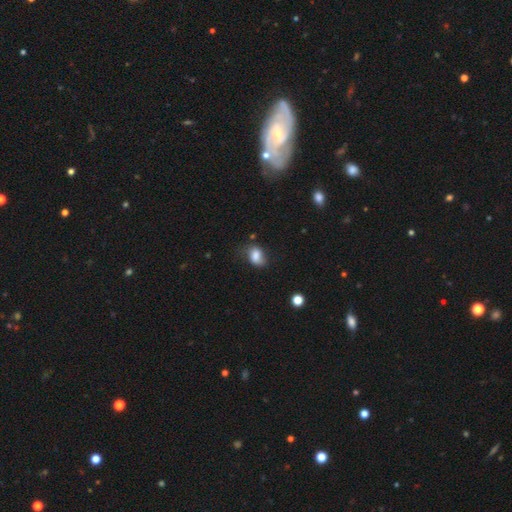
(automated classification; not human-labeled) The model was most divided on "merging": none: 52%, minor disturbance: 33%, major disturbance: 12%, merger: 3%. More confident: how rounded — in between (80%); smooth or featured — smooth (79%).